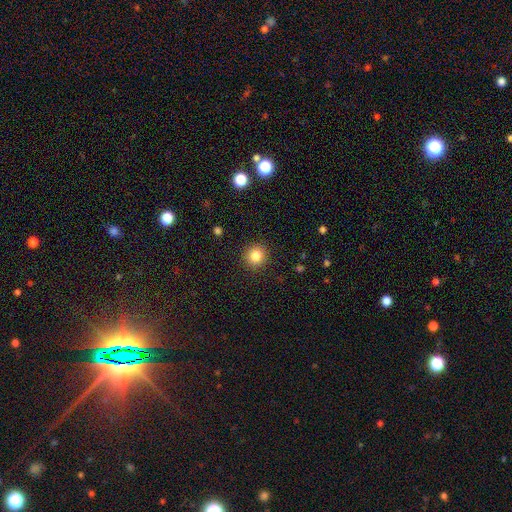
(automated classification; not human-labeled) The model was most divided on "smooth or featured": smooth: 84%, star or artifact: 11%, featured or disk: 6%. More confident: how rounded — round (93%); merging — none (91%).